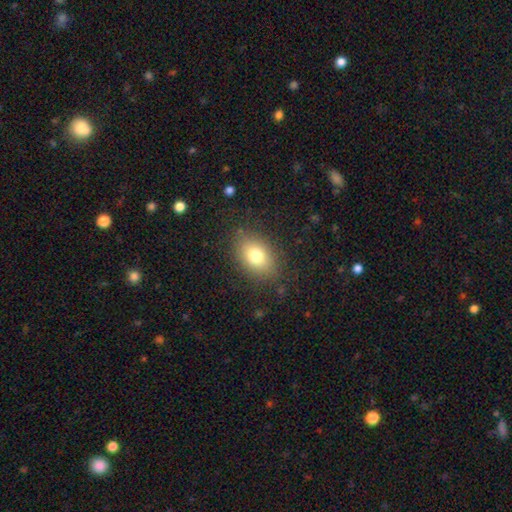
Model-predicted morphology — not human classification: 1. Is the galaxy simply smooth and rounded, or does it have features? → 77% smooth, 12% featured or disk, 11% star or artifact.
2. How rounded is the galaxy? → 77% in between, 22% round, 1% cigar-shaped.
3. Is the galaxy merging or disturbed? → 82% none, 12% minor disturbance, 4% major disturbance, 1% merger.